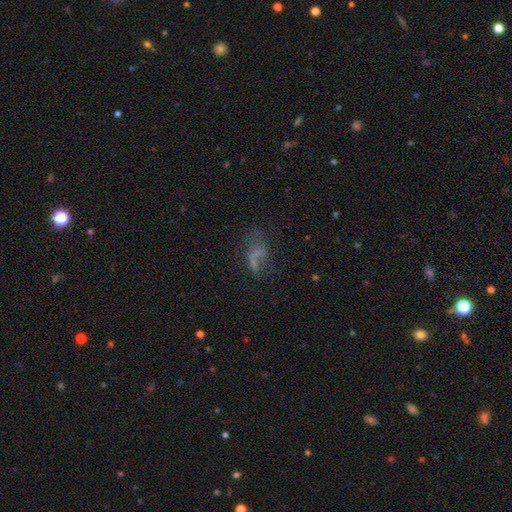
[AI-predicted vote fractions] This is marginally a featured or disk galaxy (40%). Merging: marginally none (39%).